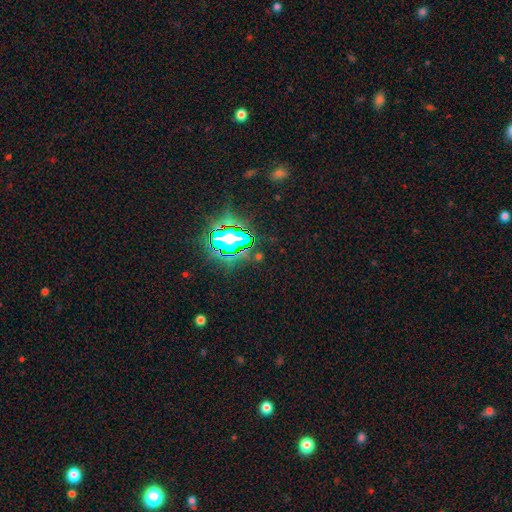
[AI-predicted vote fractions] Q: Smooth or featured?
A: star or artifact (76%); runner-up: smooth (14%)